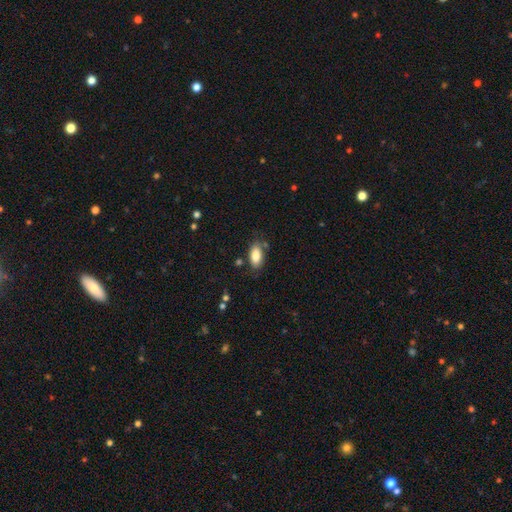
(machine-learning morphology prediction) smooth_or_featured: smooth (p=0.84) [alt: featured or disk p=0.09]
how_rounded: in between (p=0.90) [alt: cigar-shaped p=0.07]
merging: none (p=0.78) [alt: minor disturbance p=0.15]